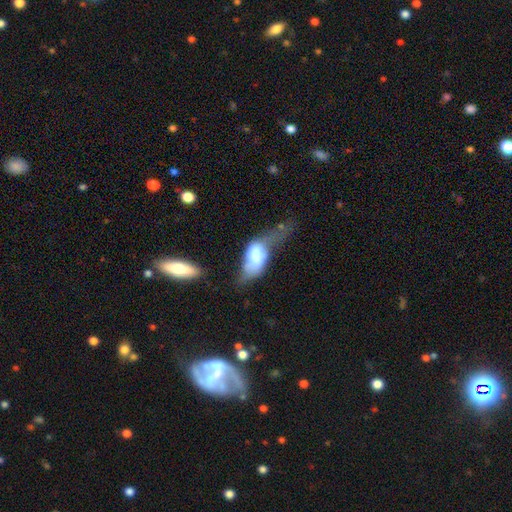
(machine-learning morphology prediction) A smooth galaxy with no disk features (59%) that is in between round and cigar-shaped (89%).

Vote fractions:
- Smooth or featured? smooth: 59% / featured or disk: 33% / star or artifact: 8%
- How rounded? in between: 89% / cigar-shaped: 6% / round: 5%
- Merging? major disturbance: 49% / minor disturbance: 20% / merger: 18% / none: 13%